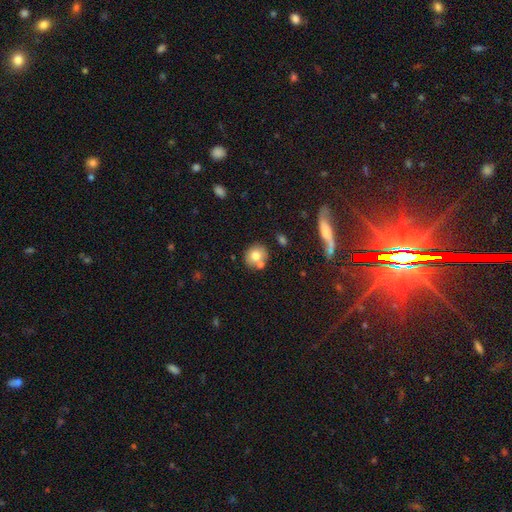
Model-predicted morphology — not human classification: This is likely a smooth galaxy (73%). How rounded: clearly round (80%). Merging: likely none (66%).